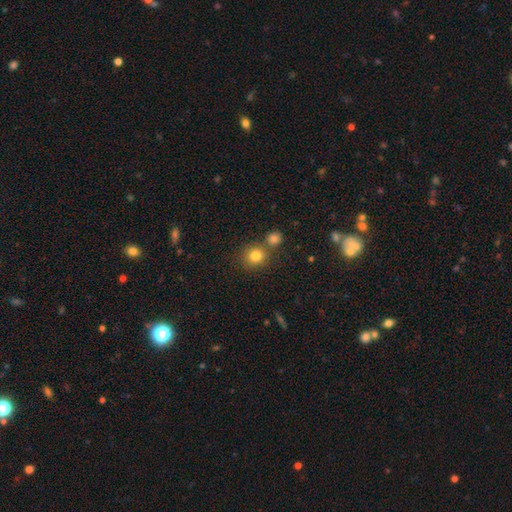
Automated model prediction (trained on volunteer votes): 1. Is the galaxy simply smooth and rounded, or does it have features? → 81% smooth, 12% star or artifact, 7% featured or disk.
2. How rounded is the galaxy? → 86% round, 13% in between, 1% cigar-shaped.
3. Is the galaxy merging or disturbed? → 66% none, 22% merger, 8% minor disturbance, 3% major disturbance.